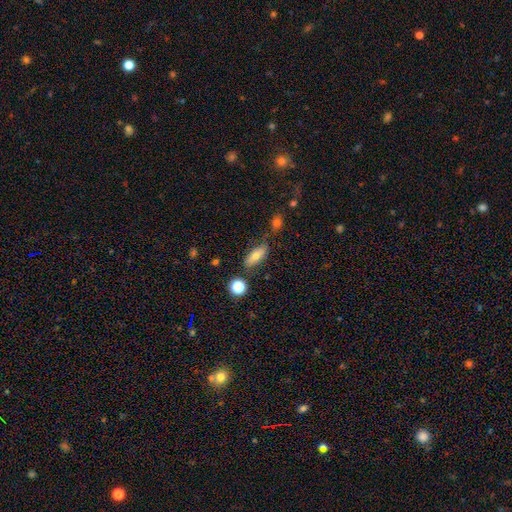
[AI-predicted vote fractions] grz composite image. It shows a smooth galaxy with no disk features (69%) that is in between round and cigar-shaped (75%). Merging: none (74%).